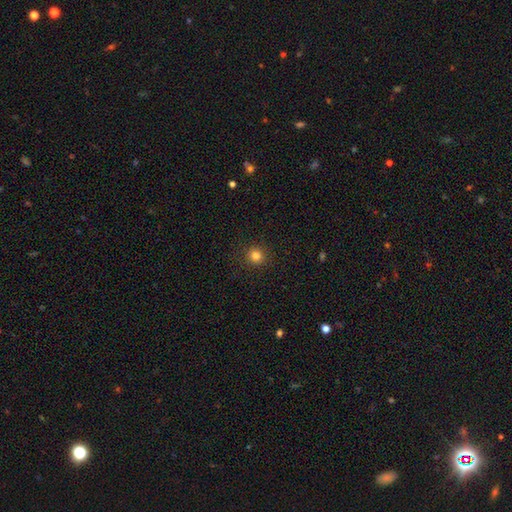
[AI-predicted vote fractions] This is clearly a smooth galaxy (83%). How rounded: clearly round (93%). Merging: clearly none (91%).